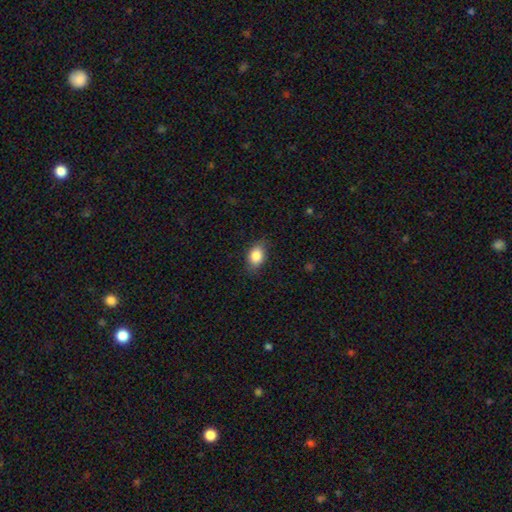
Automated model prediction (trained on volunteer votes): smooth_or_featured: smooth (p=0.84) [alt: star or artifact p=0.08]
how_rounded: in between (p=0.79) [alt: round p=0.20]
merging: none (p=0.81) [alt: minor disturbance p=0.15]